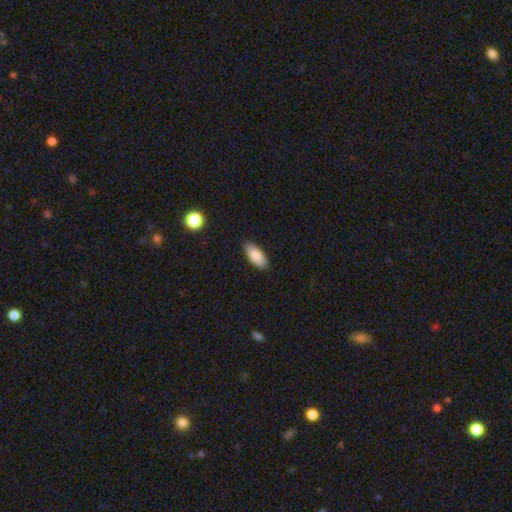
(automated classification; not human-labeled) Smooth or featured?
  - smooth: 85% *
  - featured or disk: 8%
  - star or artifact: 7%
How rounded?
  - in between: 89% *
  - cigar-shaped: 9%
  - round: 2%
Merging?
  - none: 87% *
  - minor disturbance: 10%
  - major disturbance: 2%
  - merger: 1%